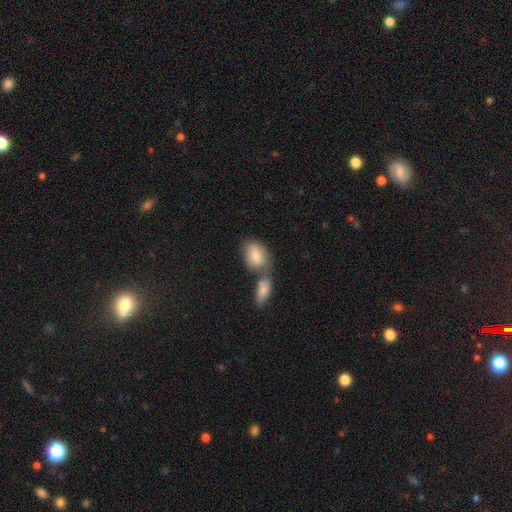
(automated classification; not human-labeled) A smooth galaxy with no disk features (76%) that is in between round and cigar-shaped (79%). Merging: merger (47%).